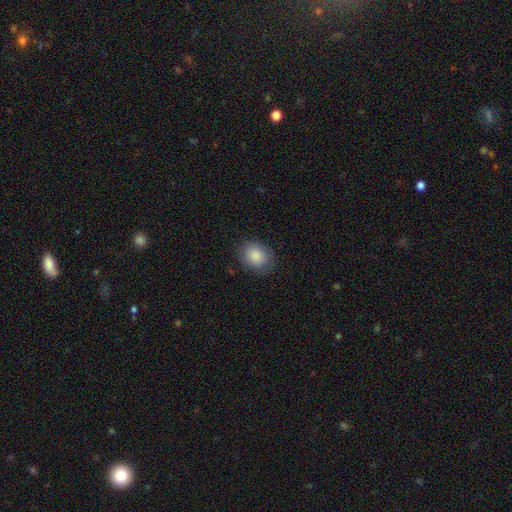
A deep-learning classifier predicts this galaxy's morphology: Smooth or featured? smooth (87%)
How rounded? in between (52%)
Merging? none (82%)